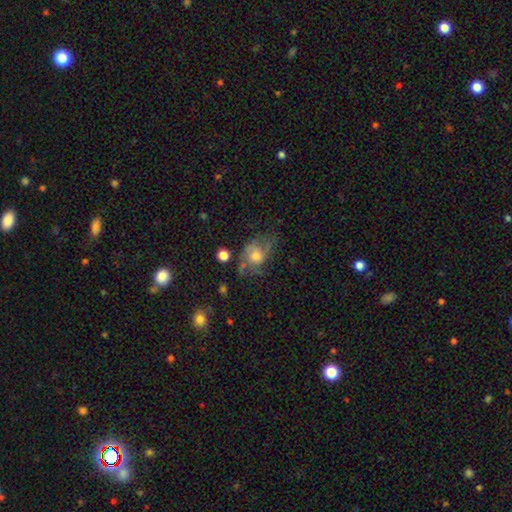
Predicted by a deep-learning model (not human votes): Q: Smooth or featured?
A: featured or disk (50%); runner-up: smooth (41%)
Q: Merging?
A: none (40%); runner-up: major disturbance (29%)